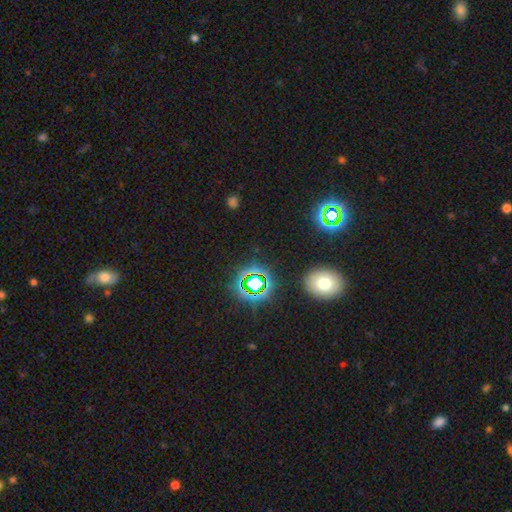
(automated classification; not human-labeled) Smooth or featured? Predicted: star or artifact (p=0.70).